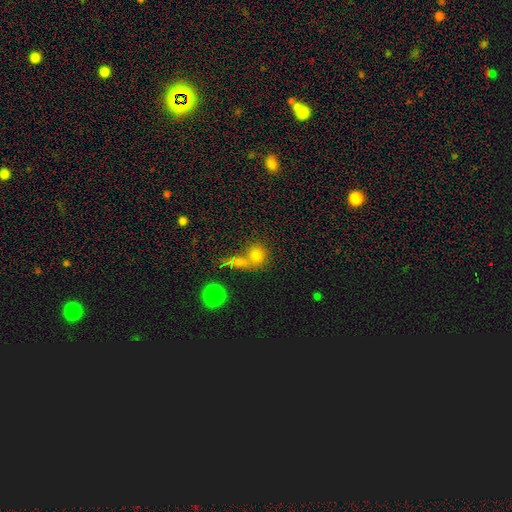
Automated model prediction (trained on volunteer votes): A smooth galaxy with no disk features (75%) that is round (77%). Merging: none (47%).